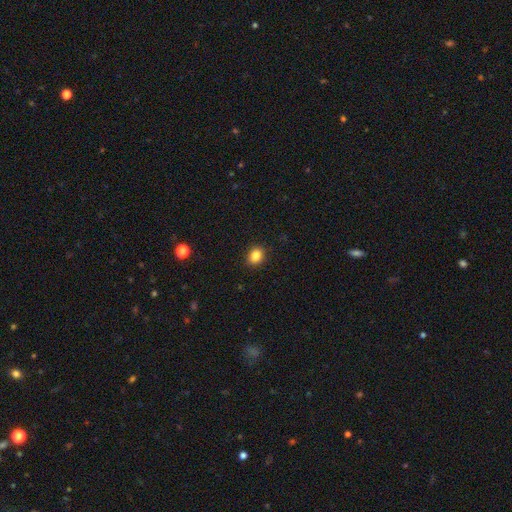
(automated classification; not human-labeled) Smooth or featured: smooth — 85% (star or artifact — 11%)
How rounded: round — 56% (in between — 43%)
Merging: none — 90% (minor disturbance — 7%)